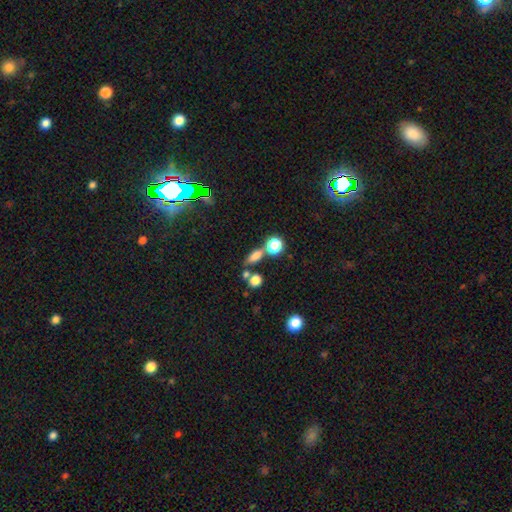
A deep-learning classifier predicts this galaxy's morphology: The model was most divided on "how rounded": in between: 50%, round: 30%, cigar-shaped: 20%. More confident: smooth or featured — smooth (71%); merging — none (58%).